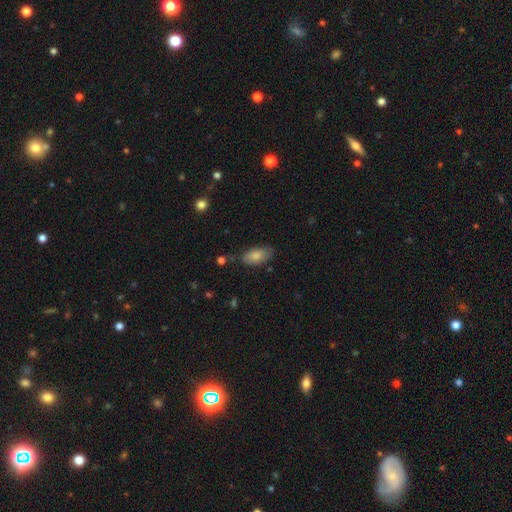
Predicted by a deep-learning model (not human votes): The model was most divided on "merging": none: 69%, minor disturbance: 23%, major disturbance: 5%, merger: 3%. More confident: how rounded — in between (91%); smooth or featured — smooth (83%).